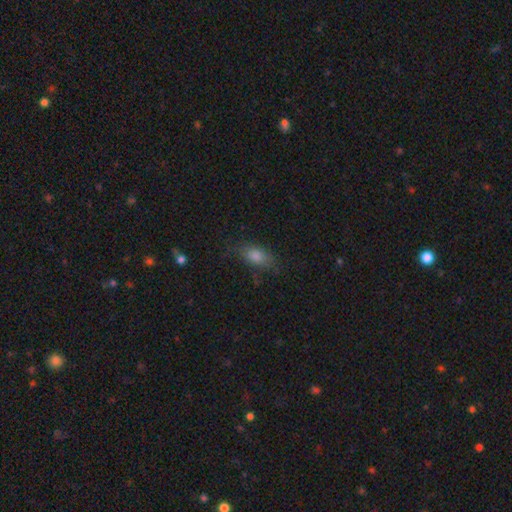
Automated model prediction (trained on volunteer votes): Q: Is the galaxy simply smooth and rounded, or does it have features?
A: smooth — 76%.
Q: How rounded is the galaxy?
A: in between — 80%.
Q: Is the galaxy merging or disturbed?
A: none — 73%.